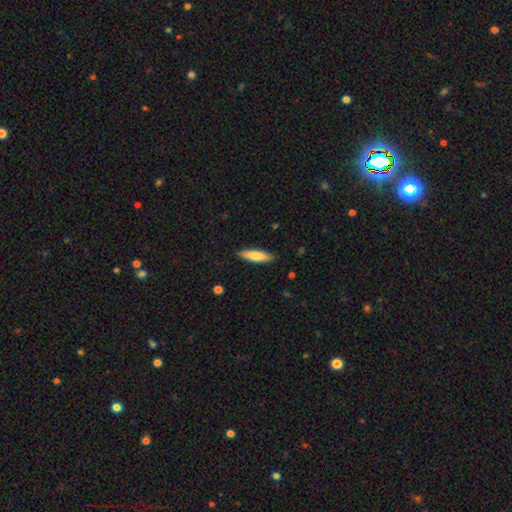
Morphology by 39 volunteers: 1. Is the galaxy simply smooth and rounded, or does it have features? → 74% smooth, 18% featured or disk, 8% star or artifact.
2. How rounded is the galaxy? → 76% cigar-shaped, 21% in between, 3% round.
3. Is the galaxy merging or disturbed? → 92% none, 6% minor disturbance, 3% major disturbance, 0% merger.